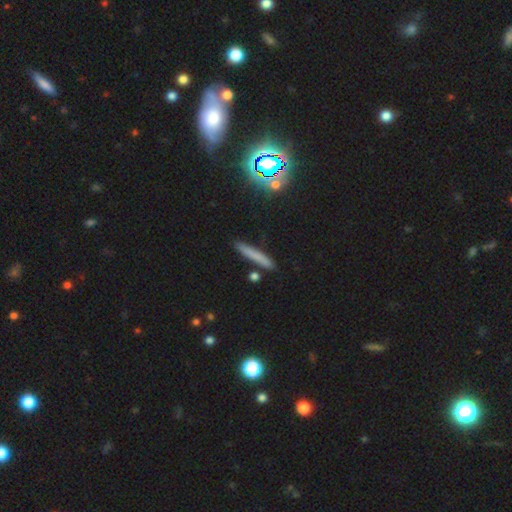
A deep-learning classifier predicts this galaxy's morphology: This is likely a smooth galaxy (69%). How rounded: clearly cigar-shaped (93%). Merging: clearly none (86%).